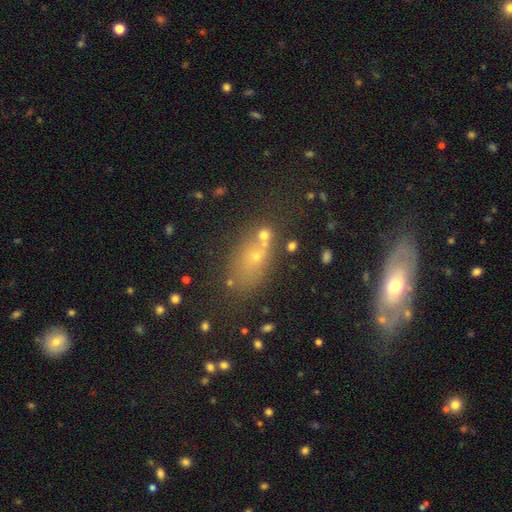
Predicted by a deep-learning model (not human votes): This is possibly a smooth galaxy (51%). How rounded: likely in between (68%). Merging: possibly none (54%).